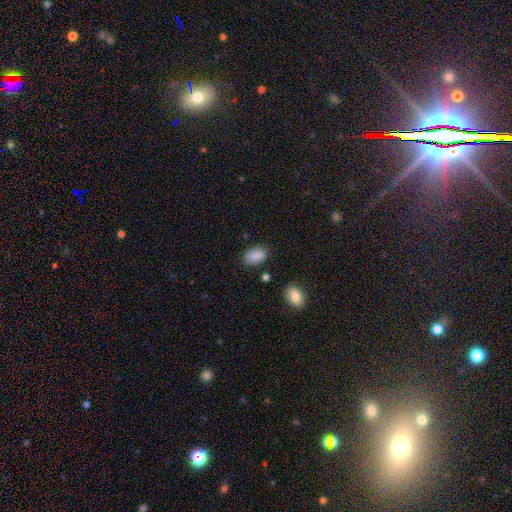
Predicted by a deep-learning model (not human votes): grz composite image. It shows a smooth galaxy with no disk features (89%) that is in between round and cigar-shaped (90%). Merging: none (81%).